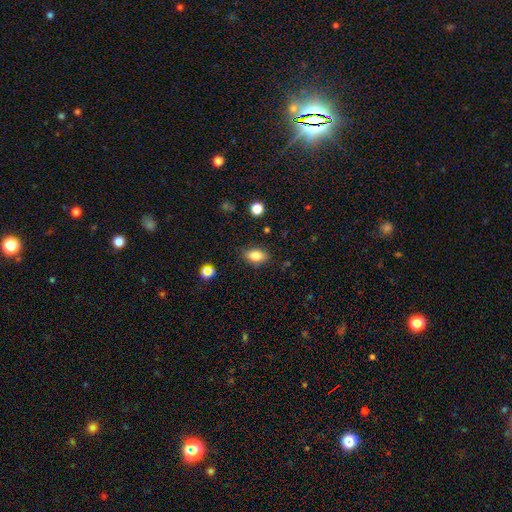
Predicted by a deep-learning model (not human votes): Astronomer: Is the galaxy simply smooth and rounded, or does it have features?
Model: smooth — 83%.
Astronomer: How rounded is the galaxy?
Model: in between — 86%.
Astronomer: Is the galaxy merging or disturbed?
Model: none — 85%.